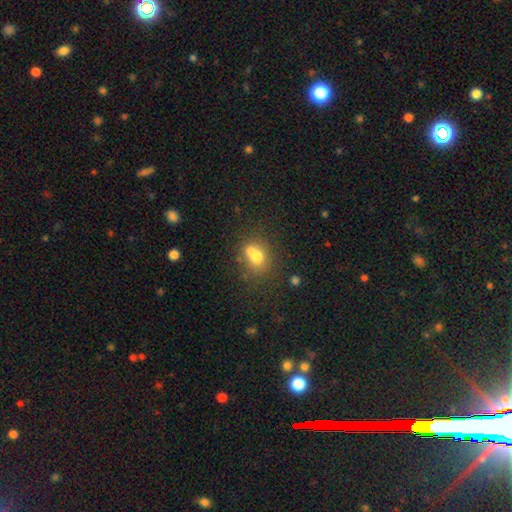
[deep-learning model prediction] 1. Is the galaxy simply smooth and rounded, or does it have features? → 67% smooth, 19% featured or disk, 14% star or artifact.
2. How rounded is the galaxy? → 61% round, 38% in between, 1% cigar-shaped.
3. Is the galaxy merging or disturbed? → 48% merger, 36% none, 11% minor disturbance, 5% major disturbance.